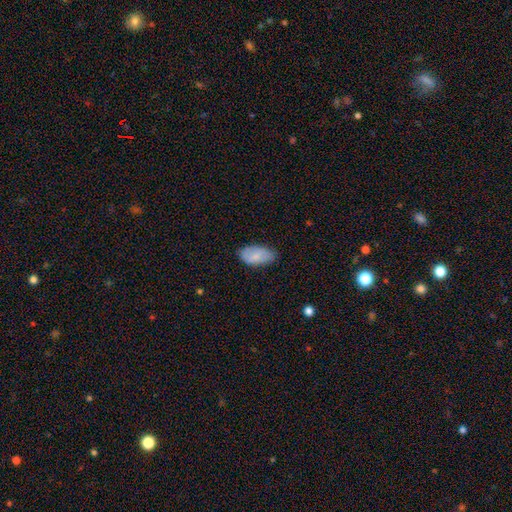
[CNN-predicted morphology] type=smooth (79%); roundness=in between (95%); merging=none (73%).